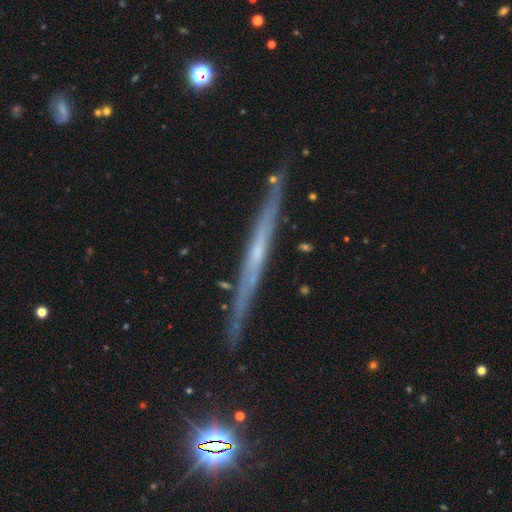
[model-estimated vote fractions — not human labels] Smooth or featured: featured or disk — 74% (smooth — 17%)
Edge-on disk: yes — 97% (no — 3%)
Edge-on bulge: none — 70% (rounded — 25%)
Merging: none — 88% (minor disturbance — 9%)